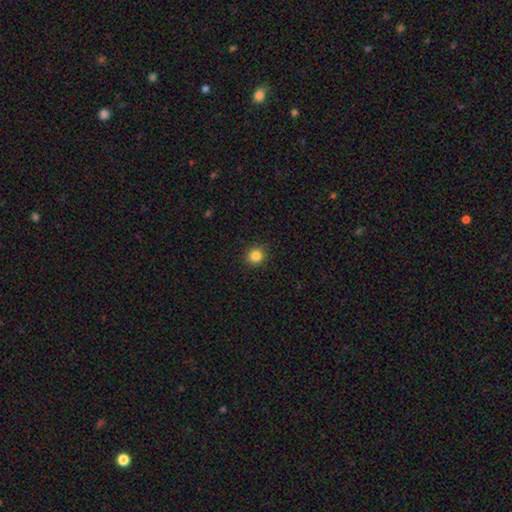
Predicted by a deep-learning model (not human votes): Overall: smooth (84%). How rounded: round (91%). Merging: none (91%).